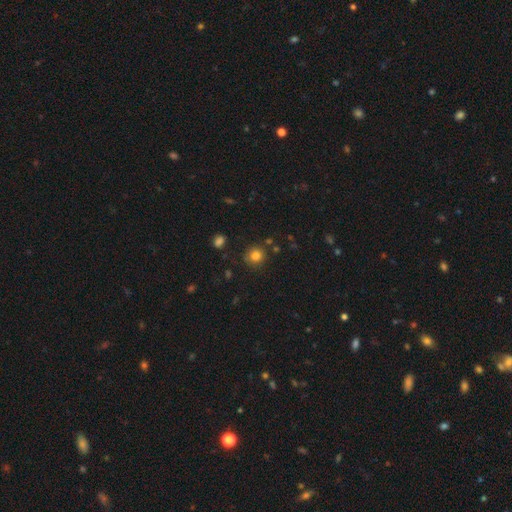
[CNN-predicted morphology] The model was most divided on "smooth or featured": smooth: 81%, star or artifact: 13%, featured or disk: 6%. More confident: how rounded — round (90%); merging — none (82%).